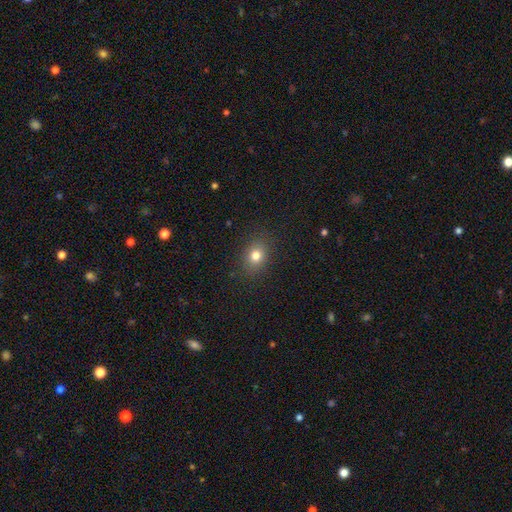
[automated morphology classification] Q: Smooth or featured?
A: smooth (78%); runner-up: star or artifact (13%)
Q: How rounded?
A: in between (51%); runner-up: round (48%)
Q: Merging?
A: none (87%); runner-up: minor disturbance (9%)